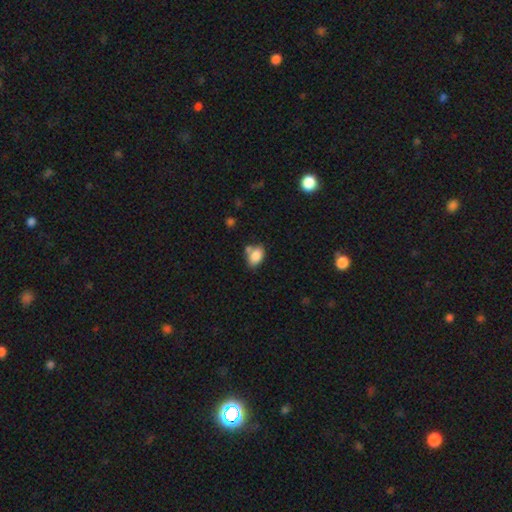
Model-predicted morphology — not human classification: A smooth galaxy with no disk features (84%) that is in between round and cigar-shaped (84%). Merging: none (56%).